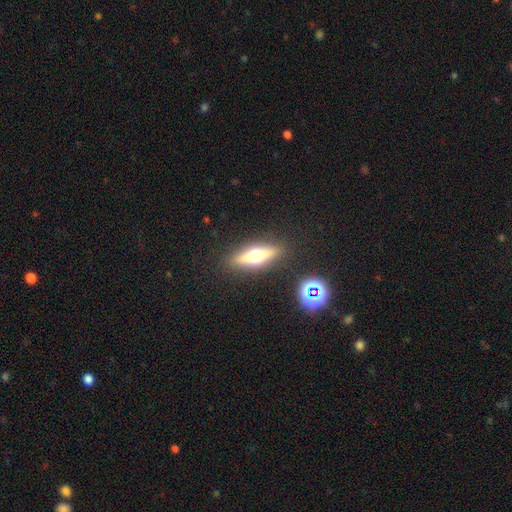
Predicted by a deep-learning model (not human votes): smooth-or-featured: featured or disk: 57% | smooth: 34% | star or artifact: 9%
  disk-edge-on: yes: 92% | no: 8%
    edge-on-bulge: rounded: 95% | boxy: 3% | none: 2%
  merging: none: 88% | minor disturbance: 8% | major disturbance: 3% | merger: 2%